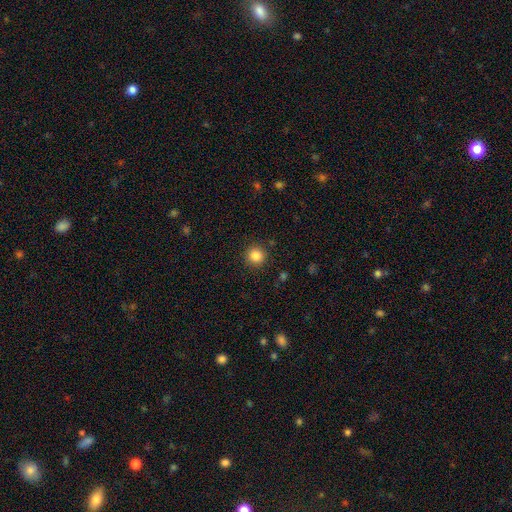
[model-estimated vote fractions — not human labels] A smooth galaxy with no disk features (86%) that is round (94%). Merging: none (91%).